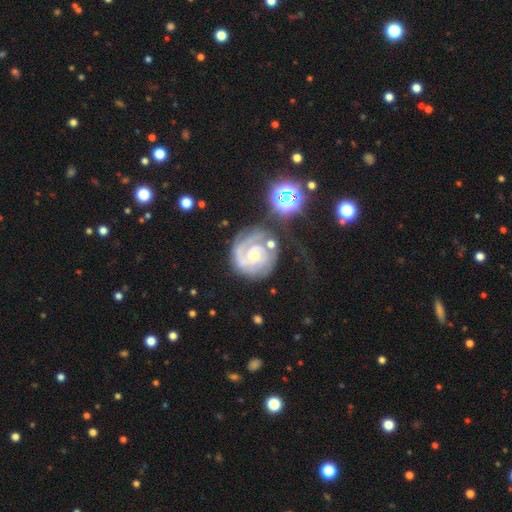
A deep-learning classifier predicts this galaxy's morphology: Smooth or featured? featured or disk (87%)
Edge-on disk? no (98%)
Bar? no (57%)
Spiral arms? yes (97%)
Spiral winding? tight (72%)
Spiral arm count? 2 (48%)
Bulge size? small (48%)
Merging? none (52%)